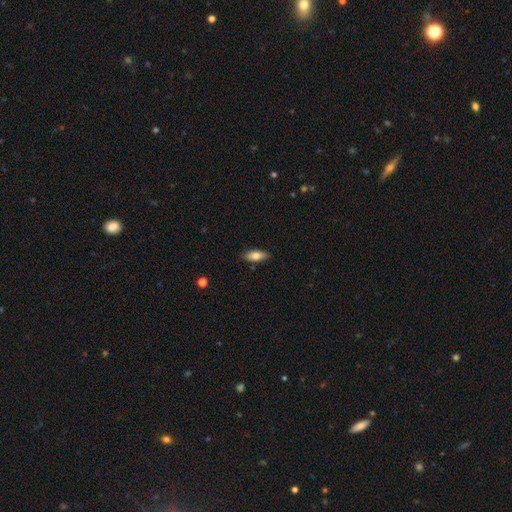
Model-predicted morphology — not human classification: This appears to be a smooth galaxy with no disk features (76%) that is in between round and cigar-shaped (75%). Merging: none (87%).